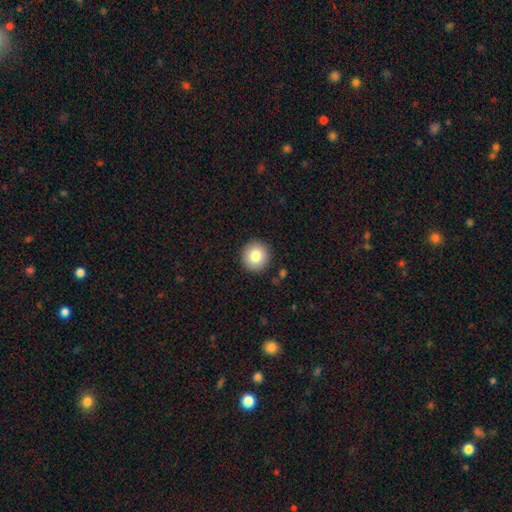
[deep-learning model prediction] smooth_or_featured: smooth (p=0.82) [alt: featured or disk p=0.09]
how_rounded: round (p=0.94) [alt: in between p=0.05]
merging: none (p=0.91) [alt: minor disturbance p=0.06]